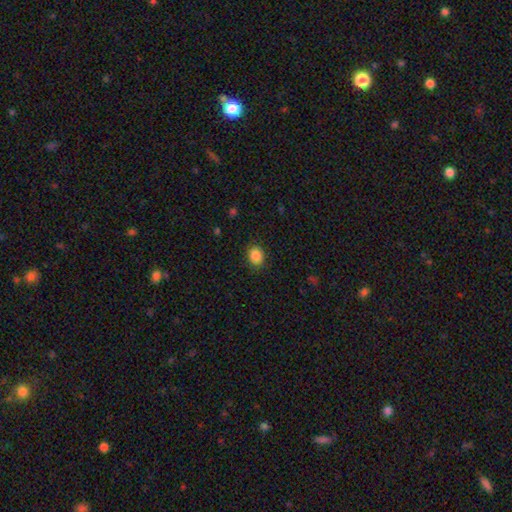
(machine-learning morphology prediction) Smooth or featured: smooth — 87% (star or artifact — 9%)
How rounded: round — 59% (in between — 40%)
Merging: none — 88% (minor disturbance — 9%)